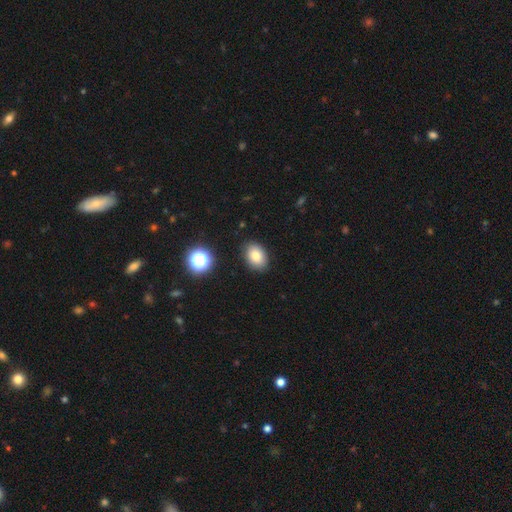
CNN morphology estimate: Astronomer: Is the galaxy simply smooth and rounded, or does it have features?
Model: smooth — 82%.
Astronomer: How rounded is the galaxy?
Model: in between — 83%.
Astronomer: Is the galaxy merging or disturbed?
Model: none — 87%.